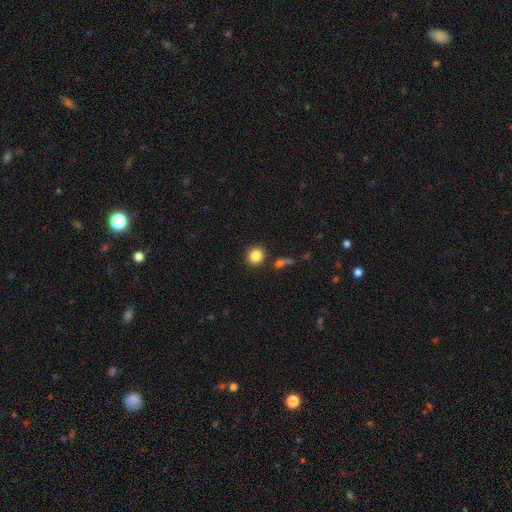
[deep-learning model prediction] Smooth or featured: smooth — 86% (star or artifact — 9%)
How rounded: round — 84% (in between — 15%)
Merging: none — 84% (minor disturbance — 8%)